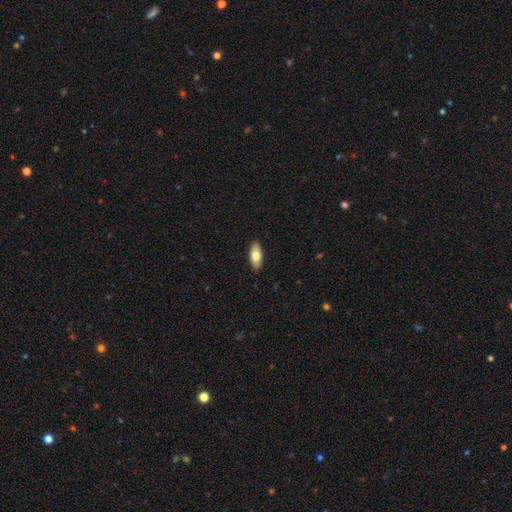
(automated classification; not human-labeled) This is likely a smooth galaxy (72%). How rounded: clearly in between (82%). Merging: clearly none (89%).